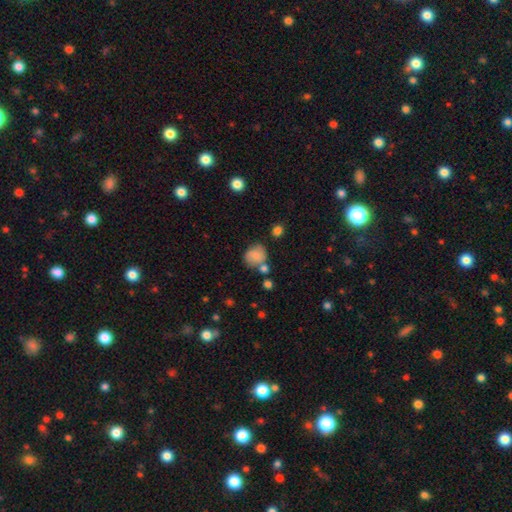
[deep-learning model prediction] Smooth or featured: smooth — 73% (featured or disk — 18%)
How rounded: round — 74% (in between — 25%)
Merging: none — 56% (minor disturbance — 21%)